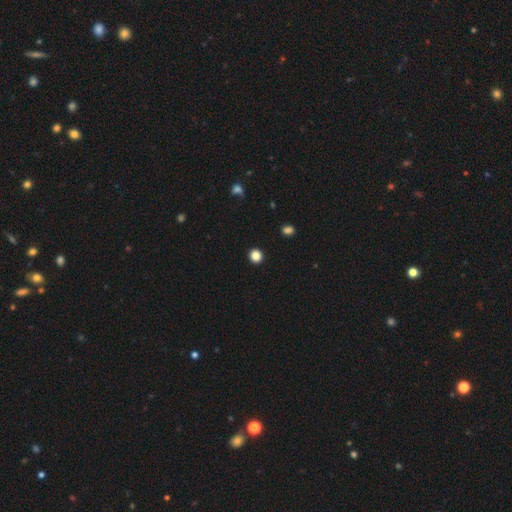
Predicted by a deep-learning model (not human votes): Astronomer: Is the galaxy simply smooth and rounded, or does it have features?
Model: smooth — 86%.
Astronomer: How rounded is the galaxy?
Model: round — 93%.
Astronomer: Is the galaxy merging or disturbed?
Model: none — 93%.